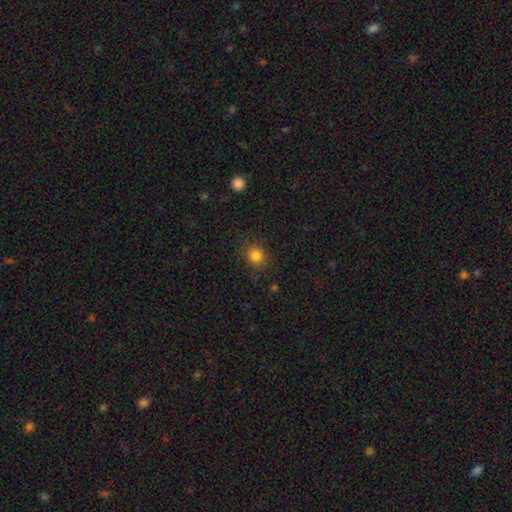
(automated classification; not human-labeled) This appears to be a smooth galaxy with no disk features (83%) that is round (87%). Merging: none (87%).